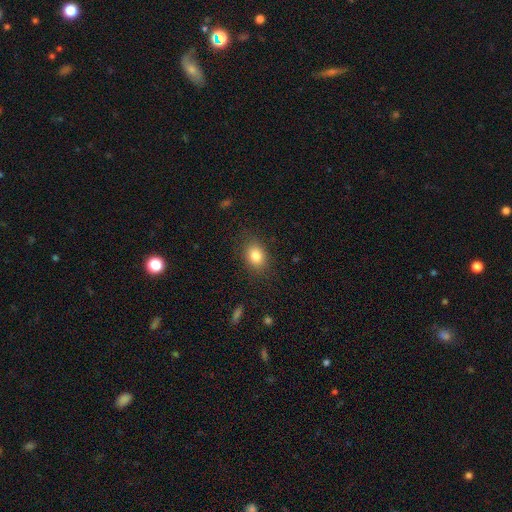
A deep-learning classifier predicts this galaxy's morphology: smooth-or-featured: smooth: 82% | star or artifact: 10% | featured or disk: 8%
  how-rounded: in between: 65% | round: 33% | cigar-shaped: 1%
  merging: none: 83% | minor disturbance: 12% | major disturbance: 4% | merger: 1%